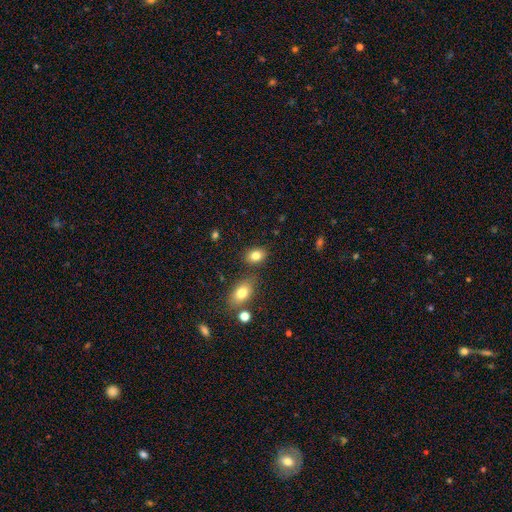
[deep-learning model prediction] Smooth or featured? smooth (83%)
How rounded? in between (75%)
Merging? none (79%)